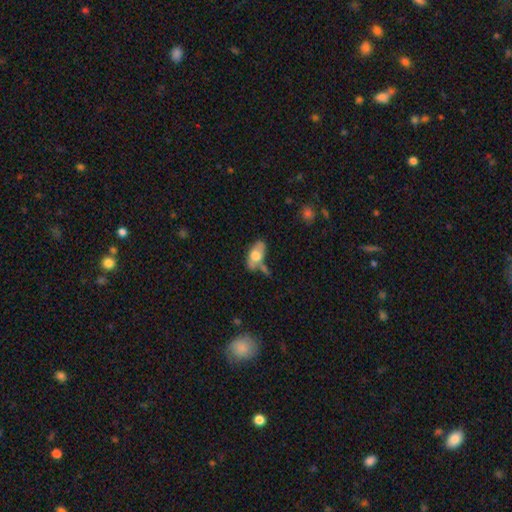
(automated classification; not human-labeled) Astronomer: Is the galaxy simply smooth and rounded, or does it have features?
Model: smooth — 59% (runner-up: featured or disk, 34%).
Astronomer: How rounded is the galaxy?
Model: in between — 90%.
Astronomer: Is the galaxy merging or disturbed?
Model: none — 44% (runner-up: minor disturbance, 25%).